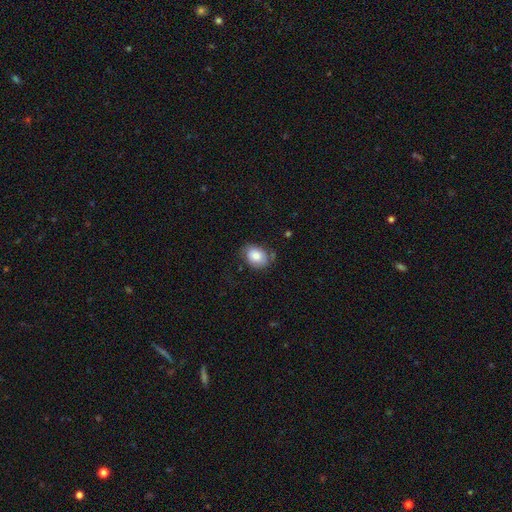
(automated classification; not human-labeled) Overall: smooth (76%). How rounded: in between (68%; round 31%). Merging: none (65%).